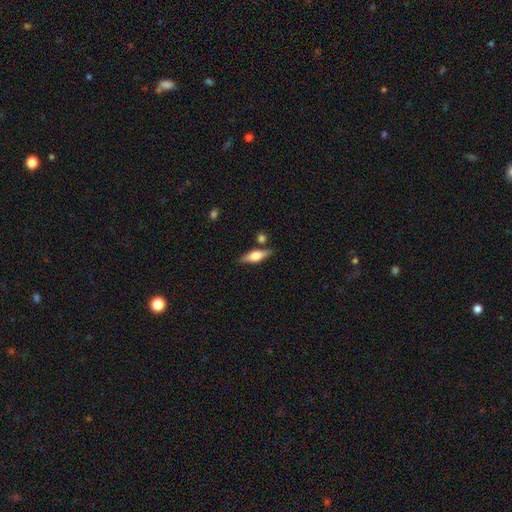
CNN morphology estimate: Overall: smooth (47%; featured or disk 46%). Merging: none (78%).